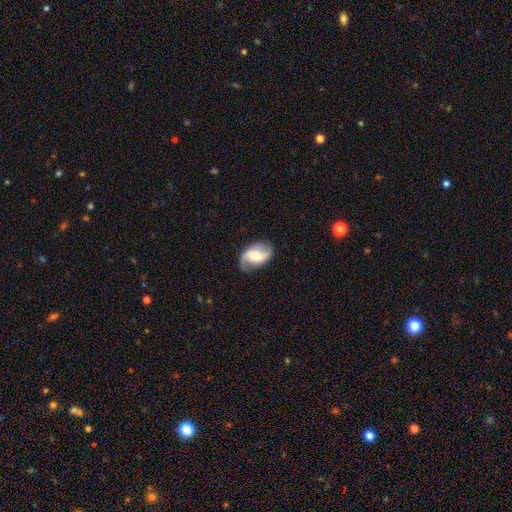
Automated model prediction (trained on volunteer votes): featured or disk 66%, smooth 28%, star or artifact 7%. Down the decision tree: edge-on disk — no (96%); bar — no (45%); spiral arms — yes (90%); spiral arm count — 2 (82%); spiral winding — loose (46%); bulge size — moderate (53%); merging — none (72%).